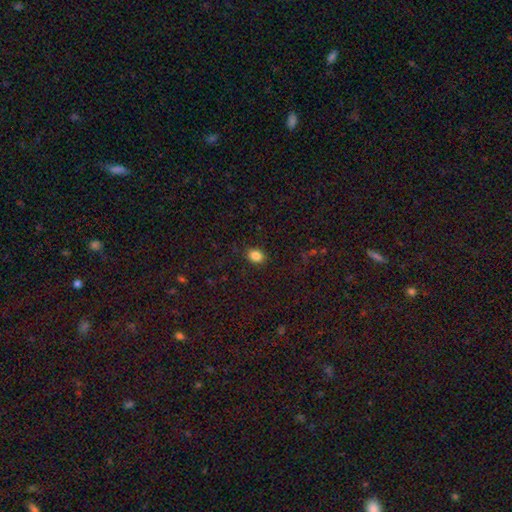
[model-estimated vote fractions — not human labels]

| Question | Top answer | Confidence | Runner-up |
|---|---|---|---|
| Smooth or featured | smooth | 85% | star or artifact (11%) |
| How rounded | in between | 65% | round (34%) |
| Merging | none | 86% | minor disturbance (10%) |